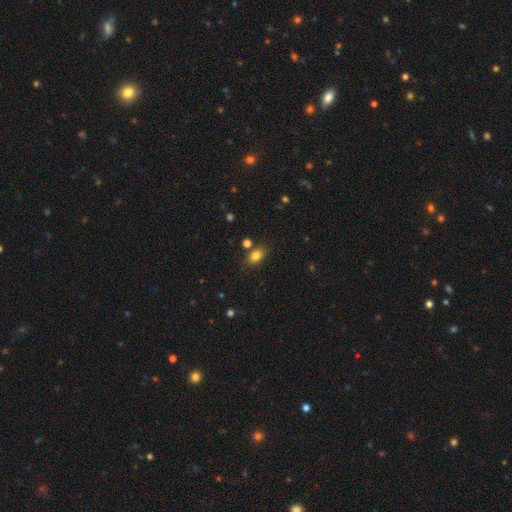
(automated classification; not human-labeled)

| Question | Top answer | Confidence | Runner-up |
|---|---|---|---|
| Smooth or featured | smooth | 82% | star or artifact (11%) |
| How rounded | in between | 80% | round (19%) |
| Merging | none | 77% | minor disturbance (13%) |